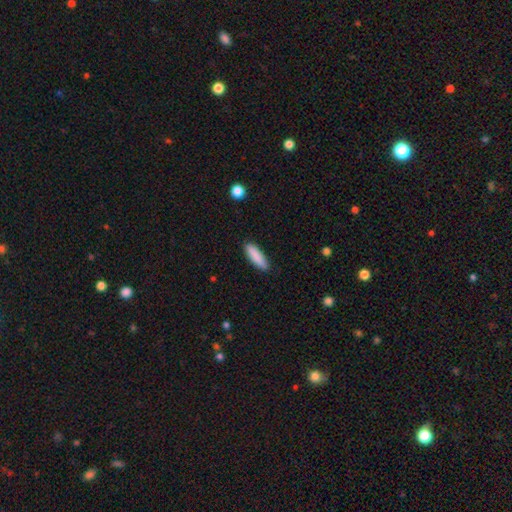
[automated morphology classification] A smooth galaxy with no disk features (88%) that is cigar-shaped (60%). Merging: none (88%).